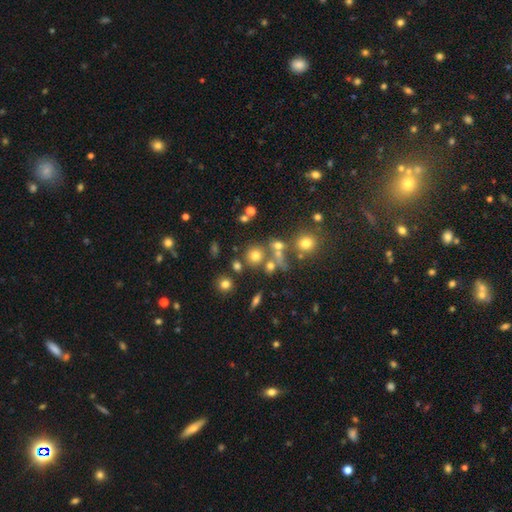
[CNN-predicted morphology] Smooth or featured?
  - smooth: 65% *
  - star or artifact: 22%
  - featured or disk: 13%
How rounded?
  - round: 87% *
  - in between: 11%
  - cigar-shaped: 1%
Merging?
  - none: 65% *
  - merger: 20%
  - minor disturbance: 9%
  - major disturbance: 5%